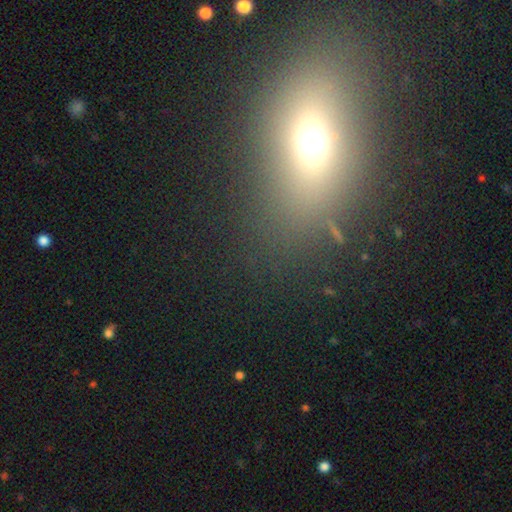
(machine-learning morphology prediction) smooth_or_featured: smooth (p=0.56) [alt: star or artifact p=0.28]
how_rounded: in between (p=0.63) [alt: round p=0.28]
merging: none (p=0.81) [alt: minor disturbance p=0.11]